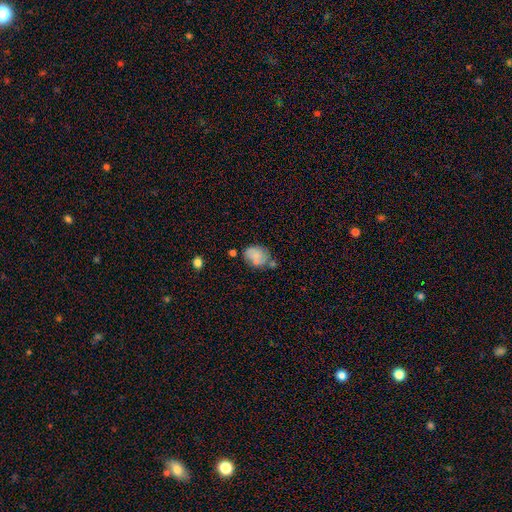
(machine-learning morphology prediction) smooth-or-featured: smooth: 71% | featured or disk: 20% | star or artifact: 9%
  how-rounded: in between: 66% | round: 33% | cigar-shaped: 1%
  merging: none: 52% | minor disturbance: 25% | merger: 15% | major disturbance: 8%